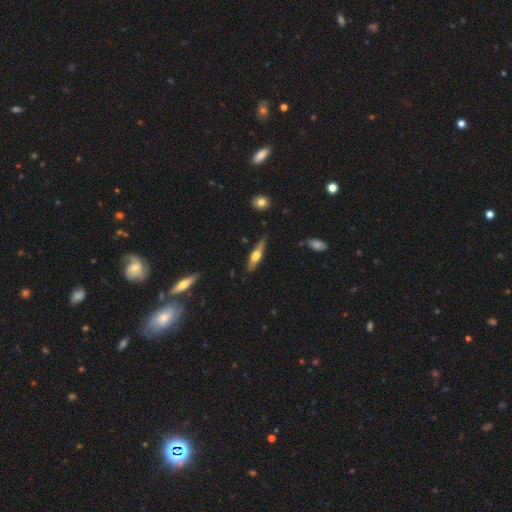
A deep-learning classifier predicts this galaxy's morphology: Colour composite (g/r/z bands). It shows a featured or disk galaxy (56%) viewed edge-on (94%) with a rounded central bulge (90%). Merging: none (84%).